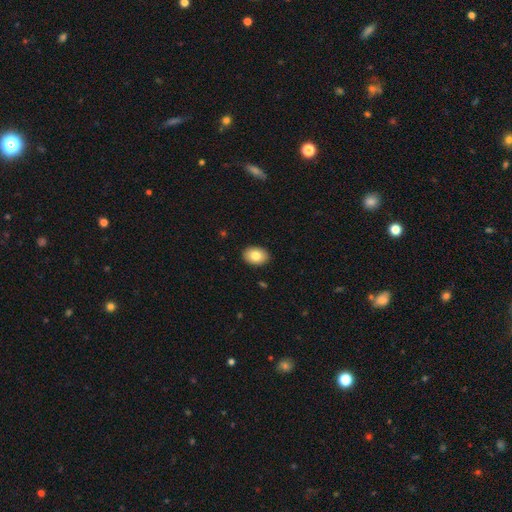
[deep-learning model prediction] This appears to be a smooth galaxy with no disk features (82%) that is in between round and cigar-shaped (77%). Merging: none (90%).